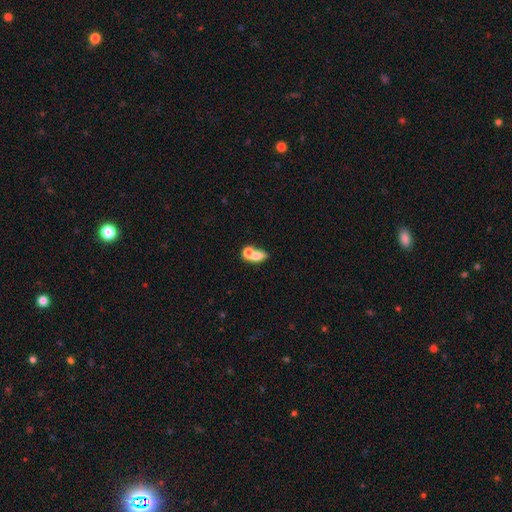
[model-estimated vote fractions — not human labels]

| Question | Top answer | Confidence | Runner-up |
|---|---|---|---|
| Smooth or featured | smooth | 70% | featured or disk (21%) |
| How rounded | in between | 69% | round (25%) |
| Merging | merger | 67% | none (21%) |